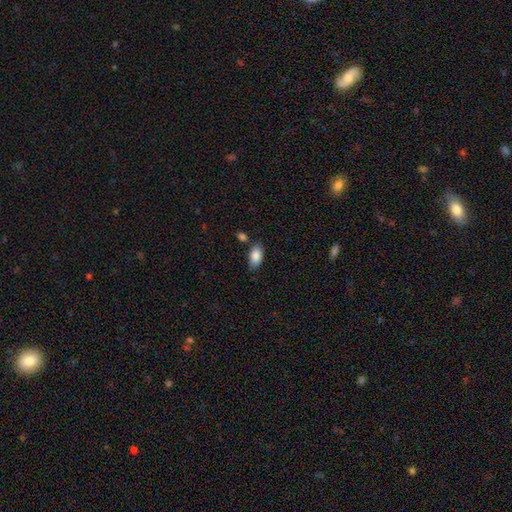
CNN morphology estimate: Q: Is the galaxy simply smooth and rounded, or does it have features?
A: smooth — 87%.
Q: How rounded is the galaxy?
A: in between — 93%.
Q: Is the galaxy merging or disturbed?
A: none — 74%.